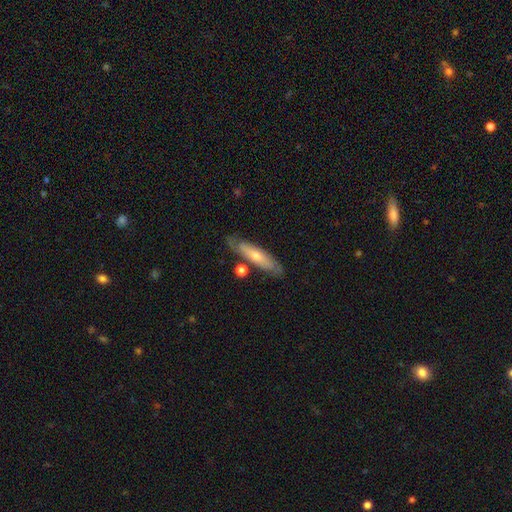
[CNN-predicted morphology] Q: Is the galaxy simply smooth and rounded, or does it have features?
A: featured or disk — 50%.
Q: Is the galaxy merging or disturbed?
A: none — 73%.